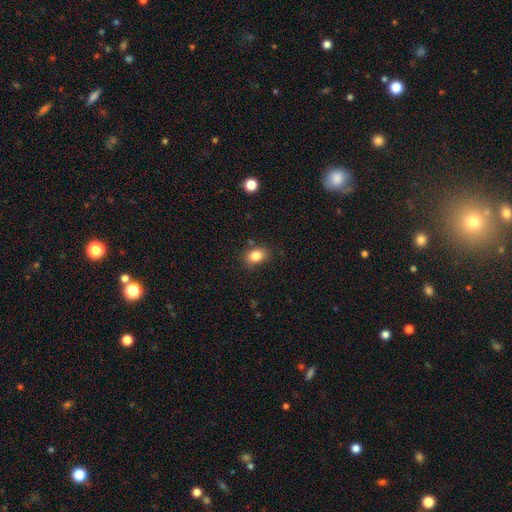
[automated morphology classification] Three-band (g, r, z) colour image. It shows a smooth galaxy with no disk features (85%) that is in between round and cigar-shaped (71%). Merging: none (81%).